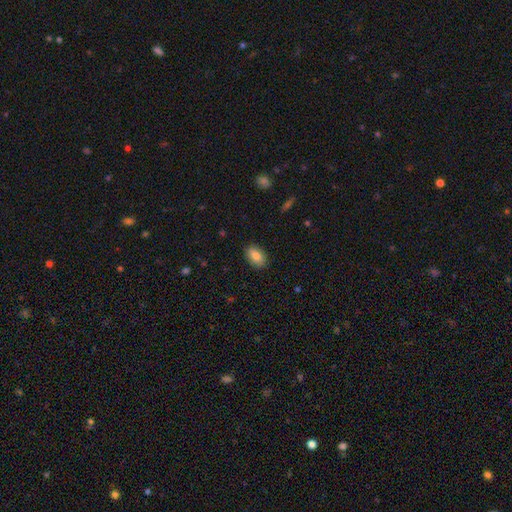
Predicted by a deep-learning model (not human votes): The model was most divided on "merging": none: 87%, minor disturbance: 10%, major disturbance: 2%, merger: 1%. More confident: how rounded — in between (90%); smooth or featured — smooth (85%).